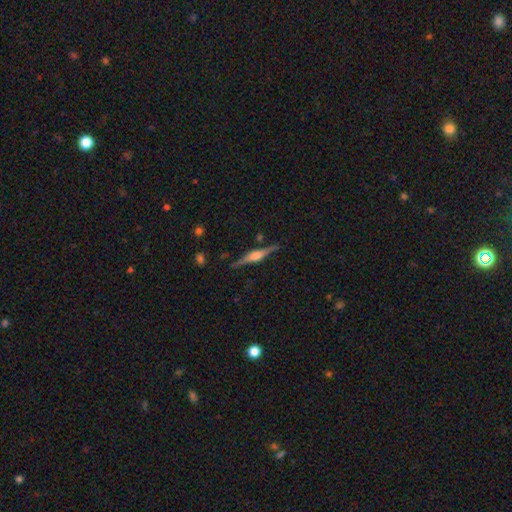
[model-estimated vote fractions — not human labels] A featured or disk galaxy (82%) viewed edge-on (98%) with a rounded central bulge (83%). Merging: none (88%).